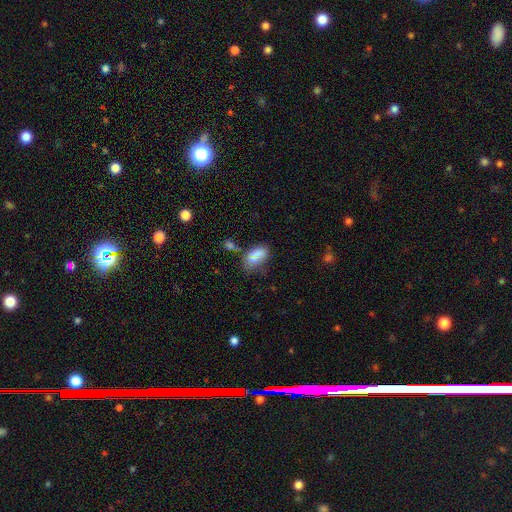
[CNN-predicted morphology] Smooth or featured: smooth — 77% (featured or disk — 14%)
How rounded: in between — 89% (cigar-shaped — 6%)
Merging: none — 47% (minor disturbance — 28%)